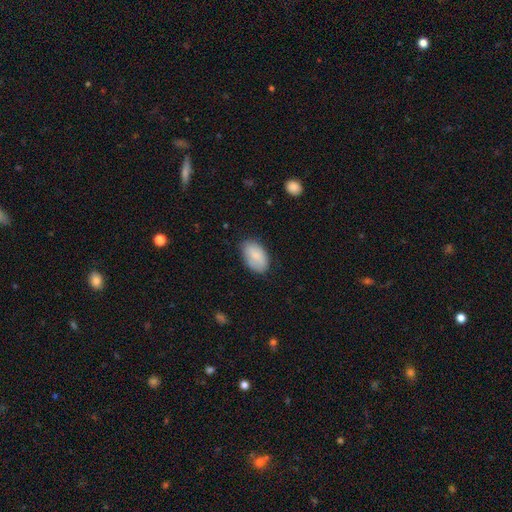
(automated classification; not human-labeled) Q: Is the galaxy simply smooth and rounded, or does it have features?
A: smooth — 84%.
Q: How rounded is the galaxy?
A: in between — 93%.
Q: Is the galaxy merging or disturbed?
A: none — 73%.